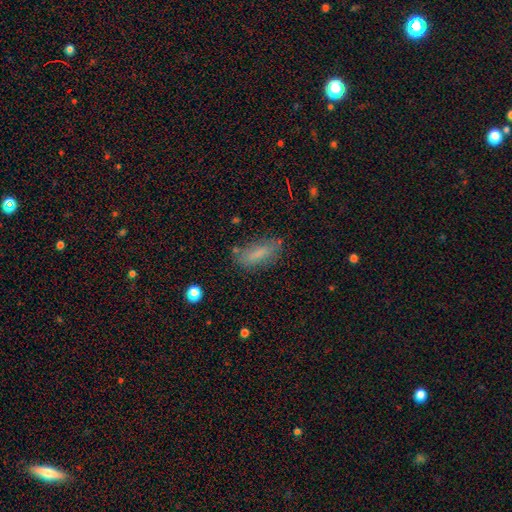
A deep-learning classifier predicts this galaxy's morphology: The model was most divided on "how rounded": in between: 57%, cigar-shaped: 40%, round: 3%. More confident: merging — none (73%); smooth or featured — smooth (71%).